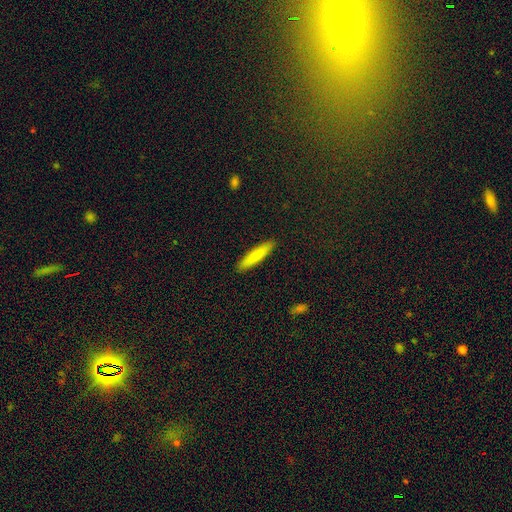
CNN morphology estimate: Smooth or featured? Predicted: smooth (p=0.84). How rounded? Predicted: cigar-shaped (p=0.87). Merging? Predicted: none (p=0.91).